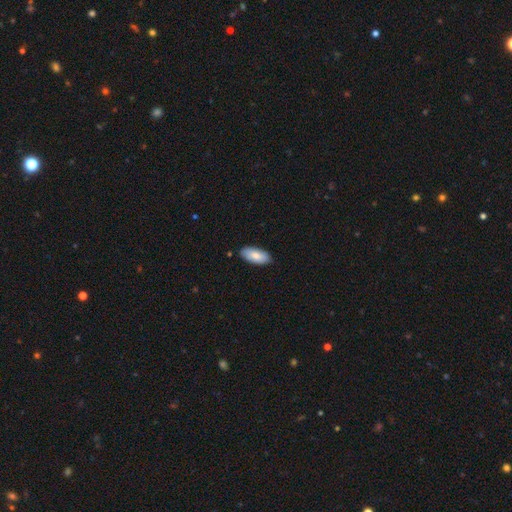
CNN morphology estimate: Smooth or featured? Predicted: smooth (p=0.79). How rounded? Predicted: in between (p=0.90). Merging? Predicted: none (p=0.87).